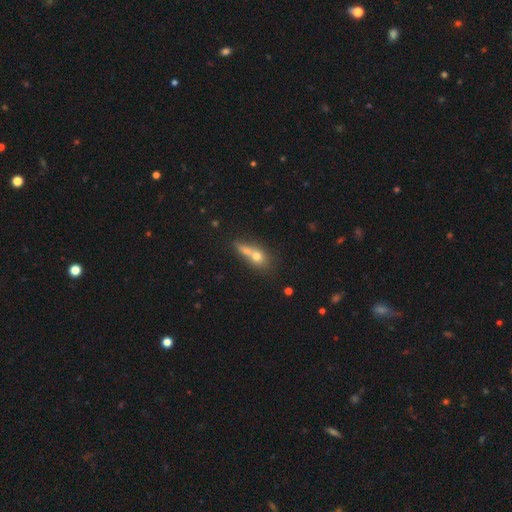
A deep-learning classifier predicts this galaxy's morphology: Smooth or featured?
  - smooth: 61% *
  - featured or disk: 26%
  - star or artifact: 13%
How rounded?
  - in between: 44% *
  - round: 35%
  - cigar-shaped: 21%
Merging?
  - merger: 54% *
  - none: 30%
  - minor disturbance: 9%
  - major disturbance: 7%